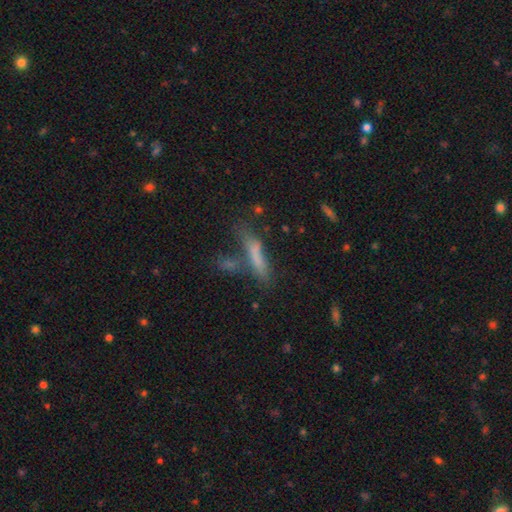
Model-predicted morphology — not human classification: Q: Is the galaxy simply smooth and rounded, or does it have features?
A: smooth — 65%.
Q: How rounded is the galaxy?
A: cigar-shaped — 76%.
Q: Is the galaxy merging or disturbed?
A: none — 46%.